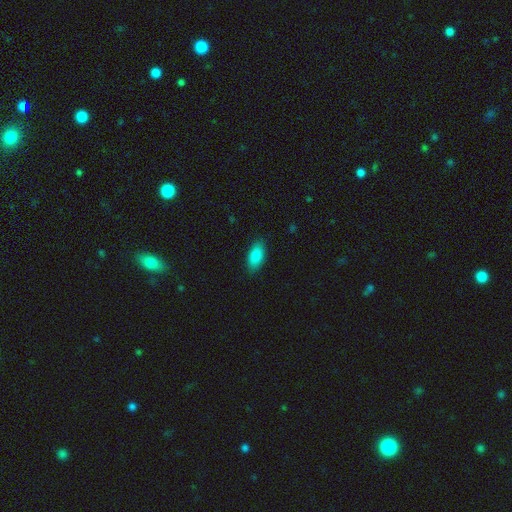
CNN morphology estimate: This is clearly a smooth galaxy (88%). How rounded: clearly in between (90%). Merging: clearly none (86%).